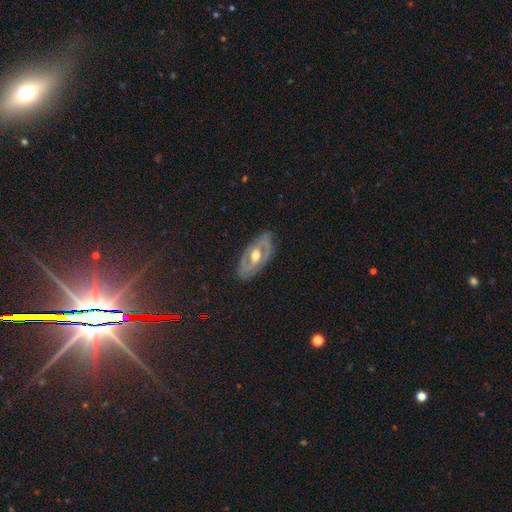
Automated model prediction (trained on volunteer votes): Q: Smooth or featured?
A: featured or disk (79%); runner-up: smooth (16%)
Q: Edge-on disk?
A: no (89%); runner-up: yes (11%)
Q: Bar?
A: no (47%); runner-up: weak (36%)
Q: Spiral arms?
A: yes (70%); runner-up: no (30%)
Q: Bulge size?
A: moderate (77%); runner-up: small (12%)
Q: Merging?
A: none (80%); runner-up: minor disturbance (15%)